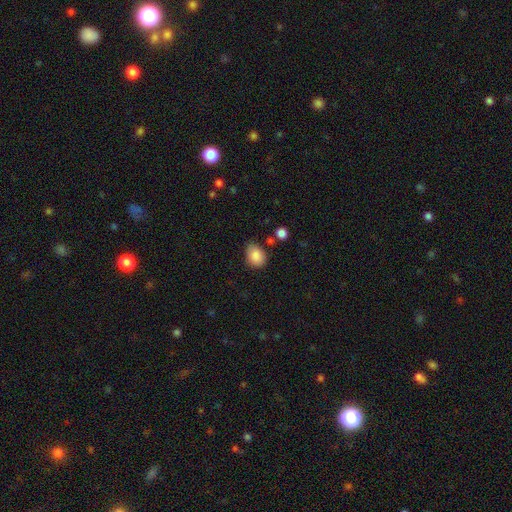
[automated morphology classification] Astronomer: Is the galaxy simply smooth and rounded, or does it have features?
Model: smooth — 87%.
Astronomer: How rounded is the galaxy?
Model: in between — 67%.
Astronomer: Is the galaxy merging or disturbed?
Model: none — 69%.